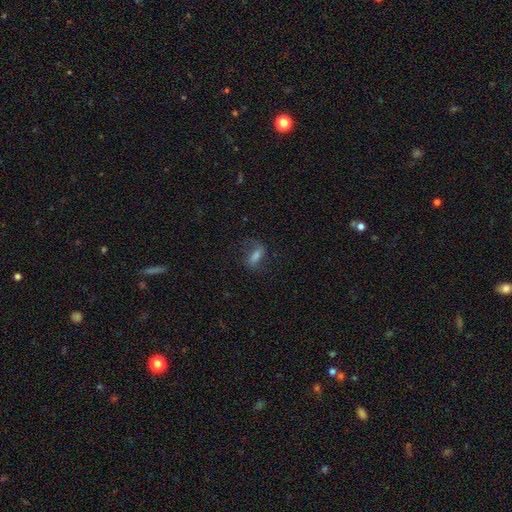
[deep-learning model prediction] Smooth or featured: smooth — 56% (featured or disk — 28%)
How rounded: in between — 68% (cigar-shaped — 24%)
Merging: none — 65% (minor disturbance — 19%)